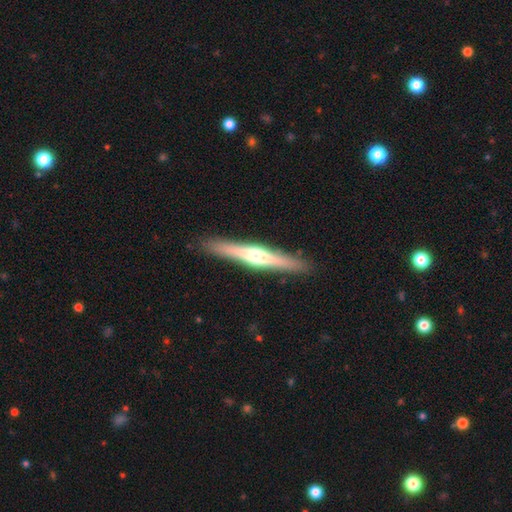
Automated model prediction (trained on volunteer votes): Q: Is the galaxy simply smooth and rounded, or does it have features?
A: featured or disk — 67%.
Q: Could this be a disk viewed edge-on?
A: yes — 96%.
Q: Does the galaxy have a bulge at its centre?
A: rounded — 89%.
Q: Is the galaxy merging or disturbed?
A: none — 89%.